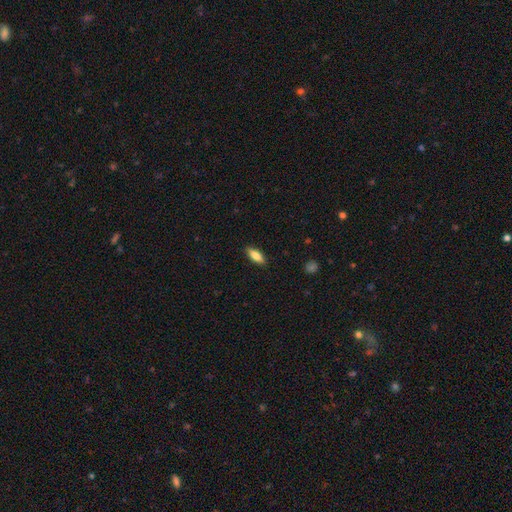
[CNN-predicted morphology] This appears to be a smooth galaxy with no disk features (77%) that is in between round and cigar-shaped (63%). Merging: none (88%).